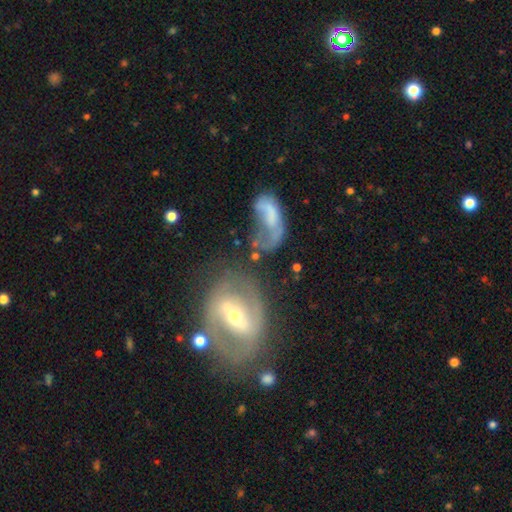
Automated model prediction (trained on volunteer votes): The model was most divided on "merging" (2-way tie): none: 29%, major disturbance: 29%, merger: 25%, minor disturbance: 17%. Remaining: edge-on disk — no (95%); smooth or featured — featured or disk (59%); spiral arms — yes (56%); bar — no (50%); bulge size — moderate (40%).